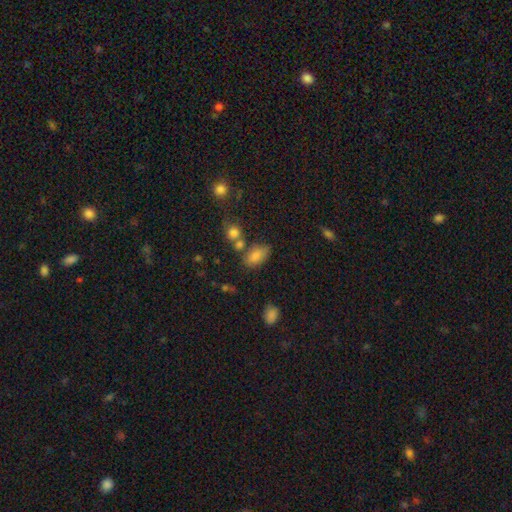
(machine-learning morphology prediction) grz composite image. It shows a smooth galaxy with no disk features (80%) that is in between round and cigar-shaped (90%). Merging: none (59%).